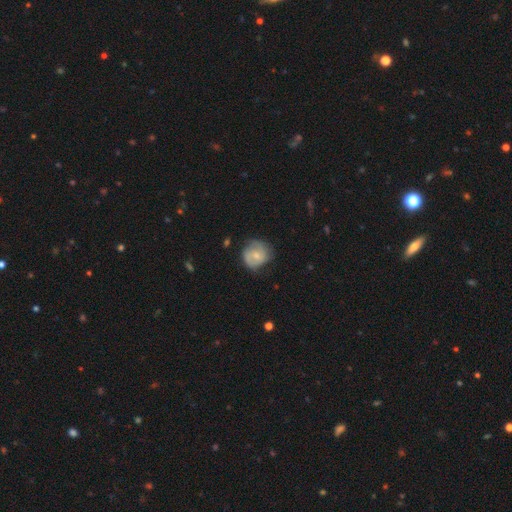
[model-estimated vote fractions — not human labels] smooth-or-featured: smooth: 58% | featured or disk: 35% | star or artifact: 7%
  how-rounded: round: 81% | in between: 18% | cigar-shaped: 1%
  merging: none: 60% | minor disturbance: 29% | major disturbance: 9% | merger: 2%